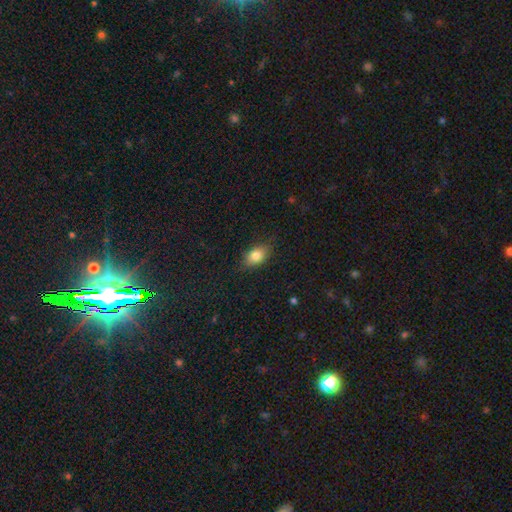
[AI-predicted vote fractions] Smooth or featured? smooth (82%)
How rounded? in between (83%)
Merging? none (83%)